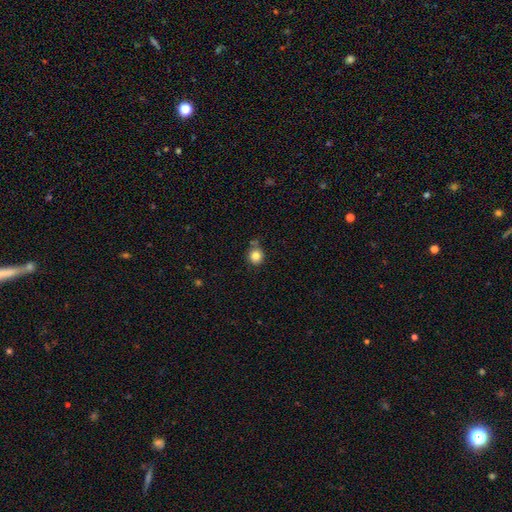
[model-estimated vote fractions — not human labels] Smooth or featured?
  - smooth: 83% *
  - star or artifact: 11%
  - featured or disk: 6%
How rounded?
  - round: 88% *
  - in between: 11%
  - cigar-shaped: 1%
Merging?
  - none: 71% *
  - minor disturbance: 16%
  - merger: 9%
  - major disturbance: 4%